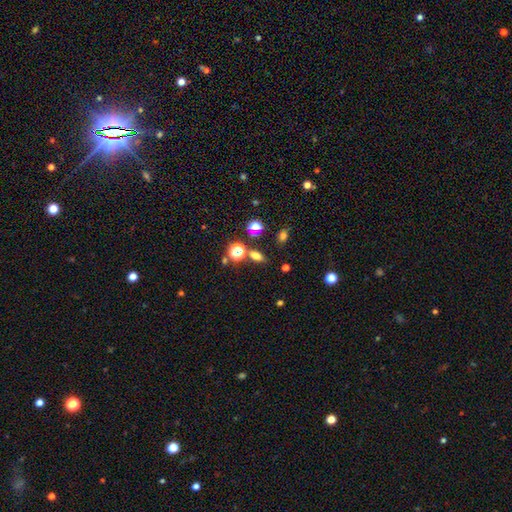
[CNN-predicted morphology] smooth_or_featured: smooth (p=0.66) [alt: star or artifact p=0.24]
how_rounded: in between (p=0.71) [alt: round p=0.22]
merging: none (p=0.75) [alt: minor disturbance p=0.10]